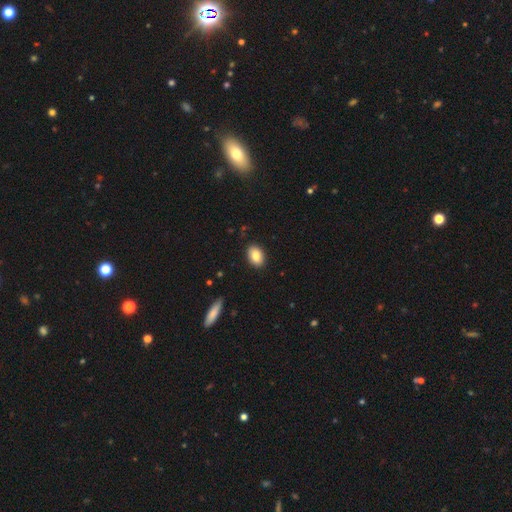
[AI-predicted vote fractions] Q: Smooth or featured?
A: smooth (84%); runner-up: featured or disk (8%)
Q: How rounded?
A: in between (86%); runner-up: round (13%)
Q: Merging?
A: none (89%); runner-up: minor disturbance (8%)